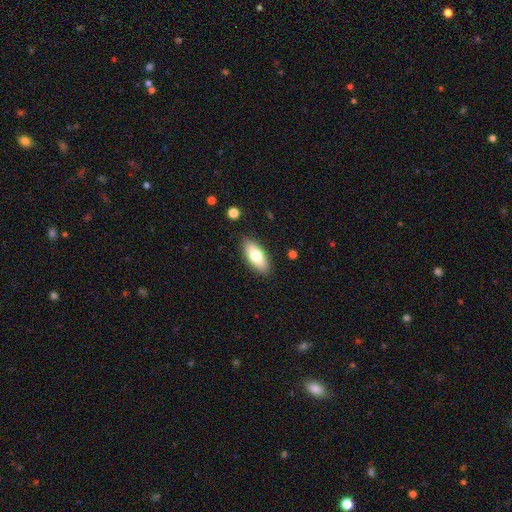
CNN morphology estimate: Smooth or featured: smooth — 76% (featured or disk — 17%)
How rounded: in between — 81% (cigar-shaped — 16%)
Merging: none — 87% (minor disturbance — 9%)